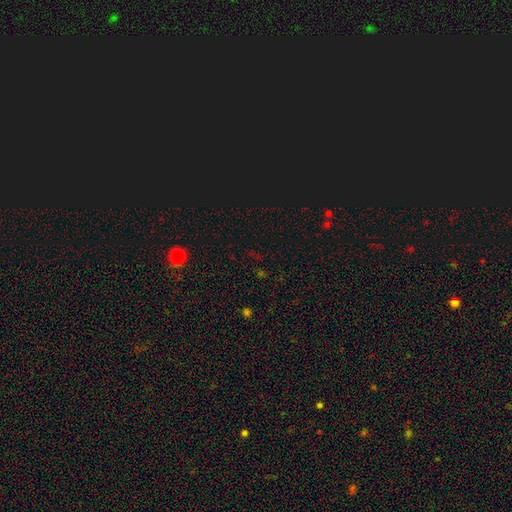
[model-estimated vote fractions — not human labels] This is likely a star or artifact rather than a galaxy (69%).